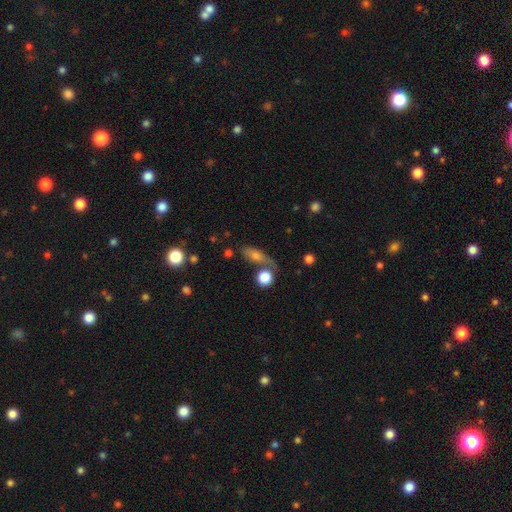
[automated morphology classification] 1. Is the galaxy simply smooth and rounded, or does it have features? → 67% smooth, 22% featured or disk, 11% star or artifact.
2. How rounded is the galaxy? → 61% in between, 24% cigar-shaped, 15% round.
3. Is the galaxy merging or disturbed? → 49% none, 19% minor disturbance, 19% merger, 12% major disturbance.